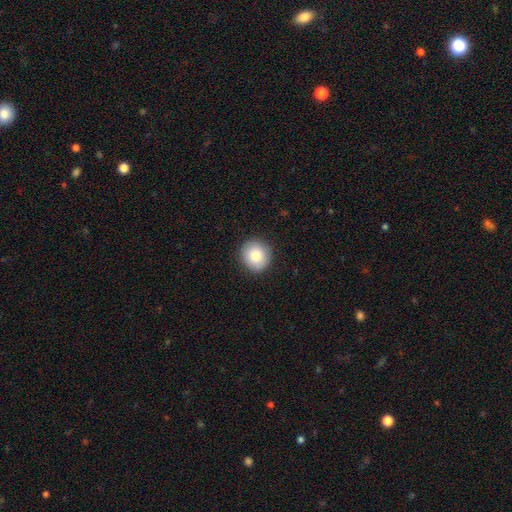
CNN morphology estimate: Smooth or featured?
  - smooth: 84% *
  - featured or disk: 8%
  - star or artifact: 8%
How rounded?
  - round: 90% *
  - in between: 9%
  - cigar-shaped: 1%
Merging?
  - none: 90% *
  - minor disturbance: 8%
  - major disturbance: 2%
  - merger: 1%